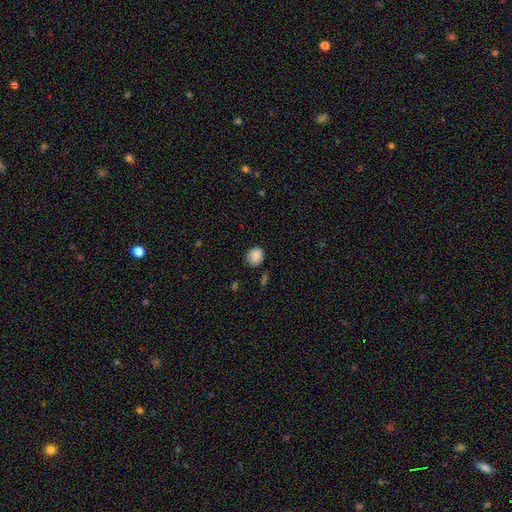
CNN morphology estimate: Smooth or featured? smooth (87%)
How rounded? round (73%)
Merging? none (78%)